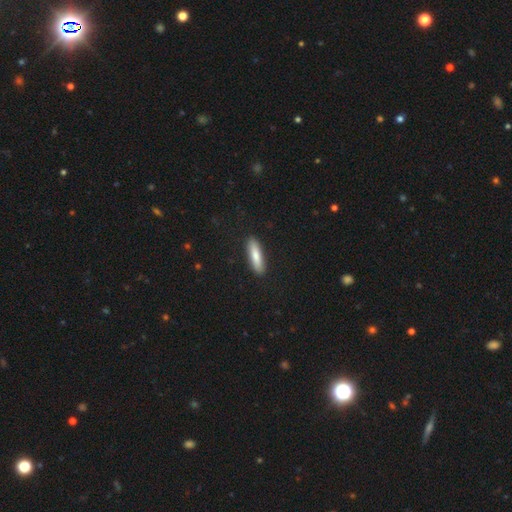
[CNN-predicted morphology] Smooth or featured?
  - smooth: 79% *
  - featured or disk: 16%
  - star or artifact: 5%
How rounded?
  - cigar-shaped: 68% *
  - in between: 30%
  - round: 2%
Merging?
  - none: 90% *
  - minor disturbance: 7%
  - major disturbance: 2%
  - merger: 1%